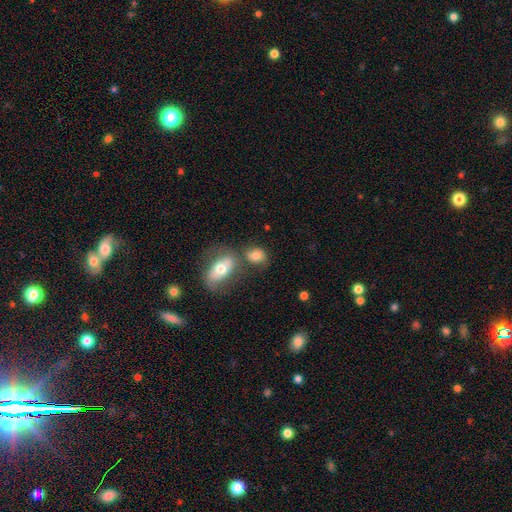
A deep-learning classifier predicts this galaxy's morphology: Q: Smooth or featured?
A: smooth (72%); runner-up: featured or disk (19%)
Q: How rounded?
A: in between (70%); runner-up: round (28%)
Q: Merging?
A: none (46%); runner-up: merger (34%)